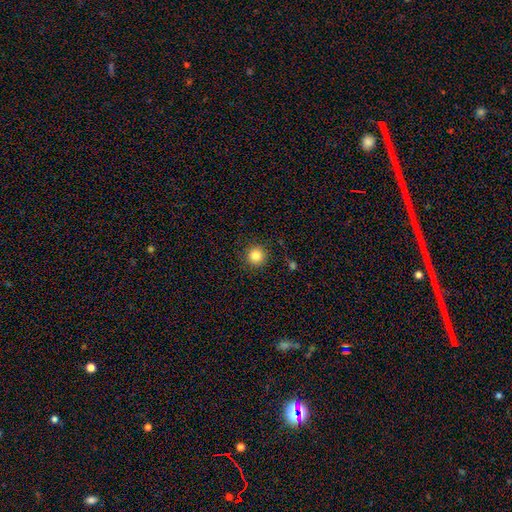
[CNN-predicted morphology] Q: Smooth or featured?
A: smooth (84%); runner-up: star or artifact (11%)
Q: How rounded?
A: round (95%); runner-up: in between (4%)
Q: Merging?
A: none (90%); runner-up: minor disturbance (6%)